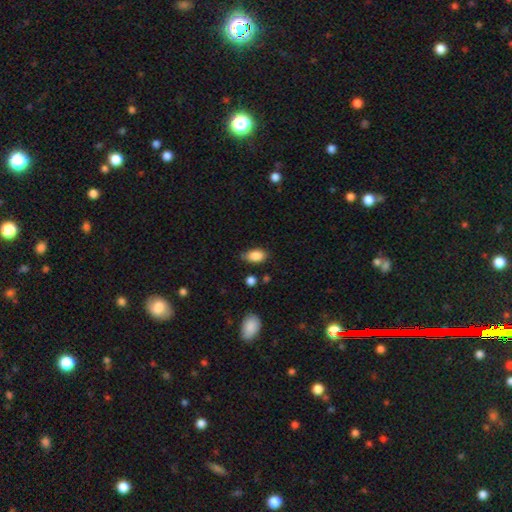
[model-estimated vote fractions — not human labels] A smooth galaxy with no disk features (87%) that is in between round and cigar-shaped (90%). Merging: none (69%).